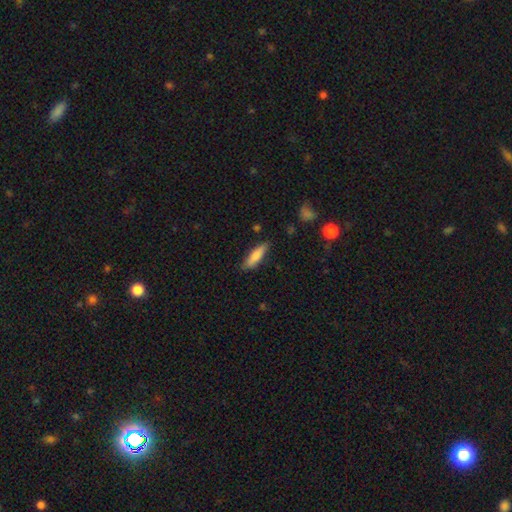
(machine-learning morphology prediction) A smooth galaxy with no disk features (80%) that is cigar-shaped (64%).

Vote fractions:
- Smooth or featured? smooth: 80% / featured or disk: 14% / star or artifact: 6%
- How rounded? cigar-shaped: 64% / in between: 34% / round: 2%
- Merging? none: 79% / minor disturbance: 16% / major disturbance: 3% / merger: 2%